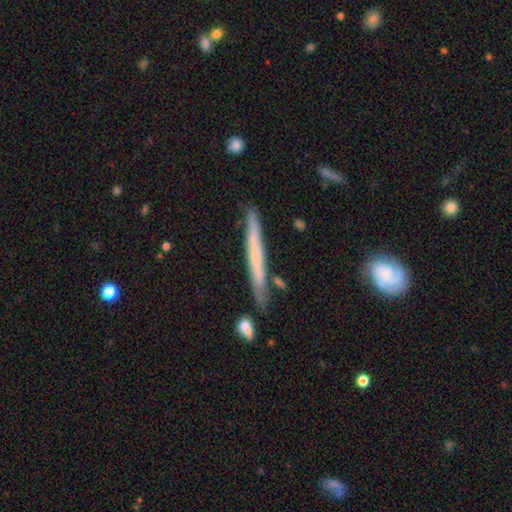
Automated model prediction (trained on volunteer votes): Smooth or featured? featured or disk (51%)
Edge-on disk? yes (93%)
Merging? none (81%)